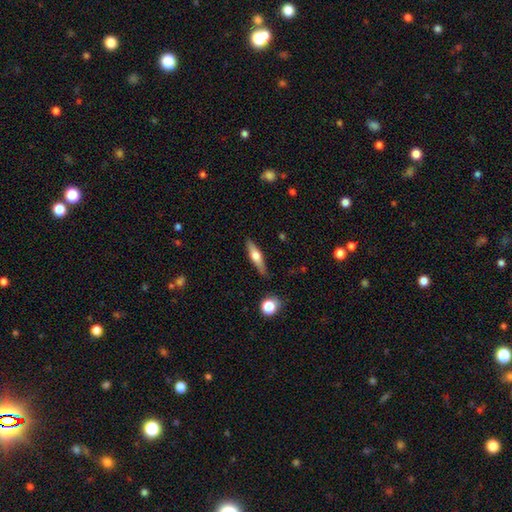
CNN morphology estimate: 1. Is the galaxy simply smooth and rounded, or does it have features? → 51% featured or disk, 43% smooth, 6% star or artifact.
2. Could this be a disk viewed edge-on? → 94% yes, 6% no.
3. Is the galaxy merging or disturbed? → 85% none, 11% minor disturbance, 2% major disturbance, 2% merger.